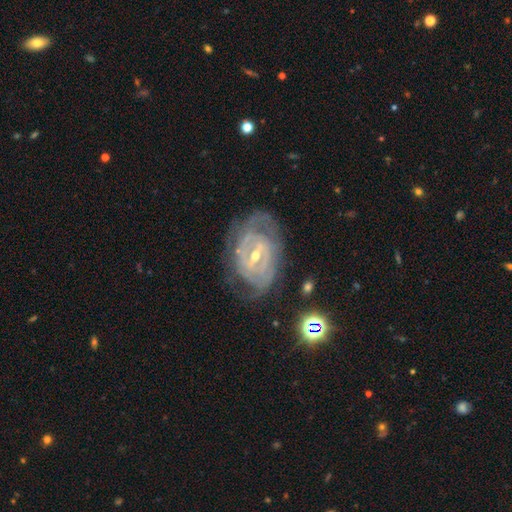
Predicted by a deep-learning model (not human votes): smooth_or_featured: featured or disk (p=0.86) [alt: smooth p=0.07]
disk_edge_on: no (p=0.95) [alt: yes p=0.05]
bar: weak (p=0.46) [alt: strong p=0.37]
has_spiral_arms: yes (p=0.90) [alt: no p=0.10]
spiral_winding: tight (p=0.68) [alt: medium p=0.26]
spiral_arm_count: can't tell (p=0.40) [alt: 2 p=0.31]
bulge_size: small (p=0.58) [alt: moderate p=0.39]
merging: none (p=0.68) [alt: minor disturbance p=0.20]